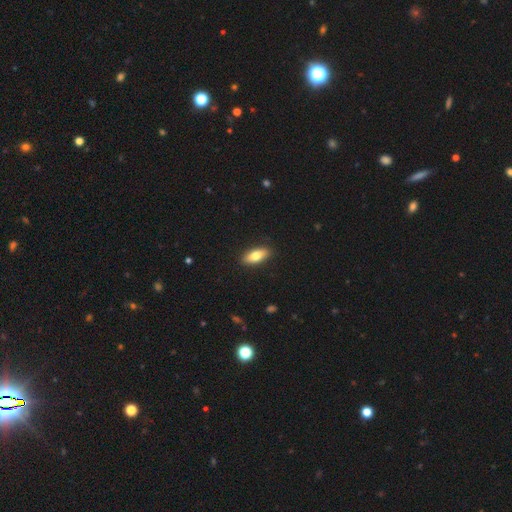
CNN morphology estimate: This is likely a smooth galaxy (76%). How rounded: clearly in between (80%). Merging: clearly none (90%).